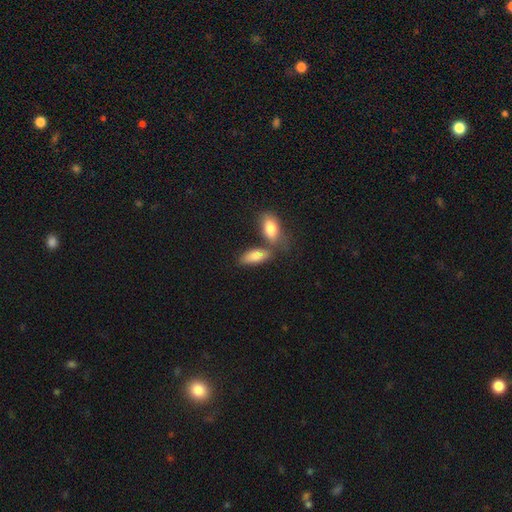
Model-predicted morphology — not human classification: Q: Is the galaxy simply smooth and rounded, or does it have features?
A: smooth — 79%.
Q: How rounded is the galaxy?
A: in between — 81%.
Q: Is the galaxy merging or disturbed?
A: none — 48%.